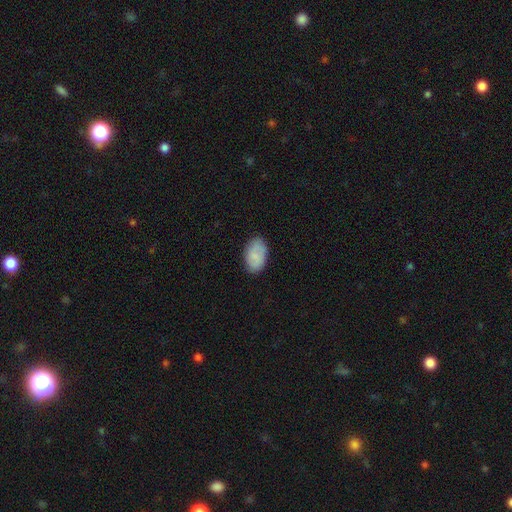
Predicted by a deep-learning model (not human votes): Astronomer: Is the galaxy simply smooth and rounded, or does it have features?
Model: smooth — 83%.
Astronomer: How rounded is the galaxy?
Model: in between — 93%.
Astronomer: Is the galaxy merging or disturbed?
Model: none — 82%.